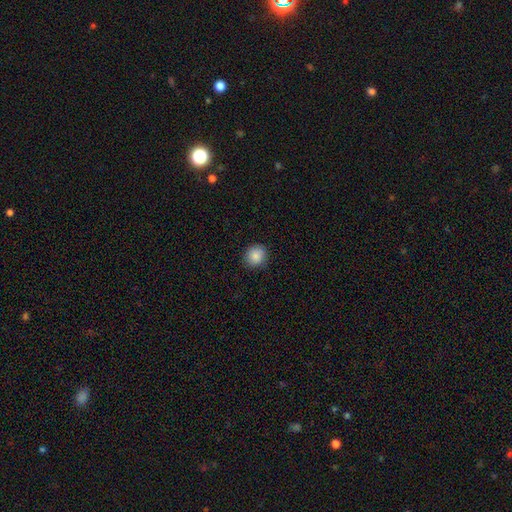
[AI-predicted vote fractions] Morphology: type=smooth (87%); roundness=round (86%); merging=none (88%).